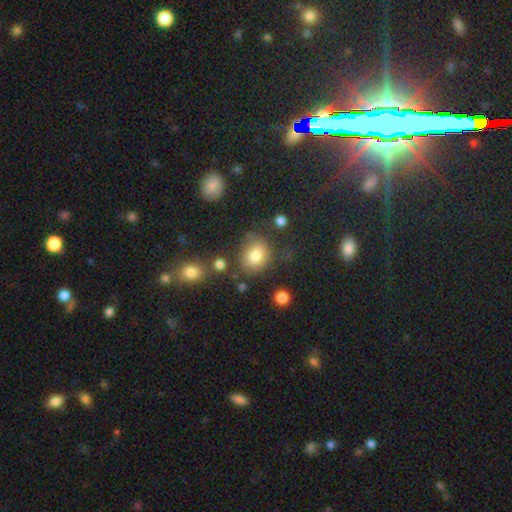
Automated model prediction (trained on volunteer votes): Smooth or featured? smooth (78%)
How rounded? round (50%)
Merging? none (65%)